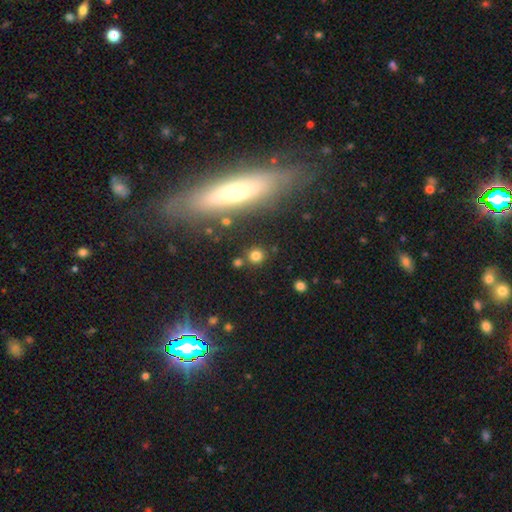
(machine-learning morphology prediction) Q: Smooth or featured?
A: smooth (77%); runner-up: star or artifact (15%)
Q: How rounded?
A: round (89%); runner-up: in between (9%)
Q: Merging?
A: none (85%); runner-up: minor disturbance (7%)